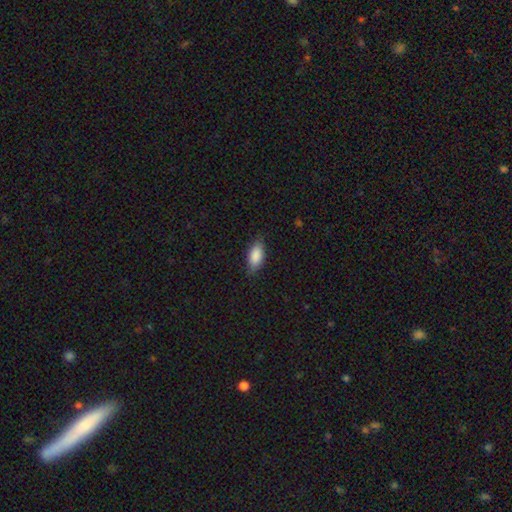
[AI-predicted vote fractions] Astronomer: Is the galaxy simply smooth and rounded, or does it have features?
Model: smooth — 87%.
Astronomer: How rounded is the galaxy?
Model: in between — 89%.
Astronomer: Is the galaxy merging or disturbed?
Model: none — 81%.